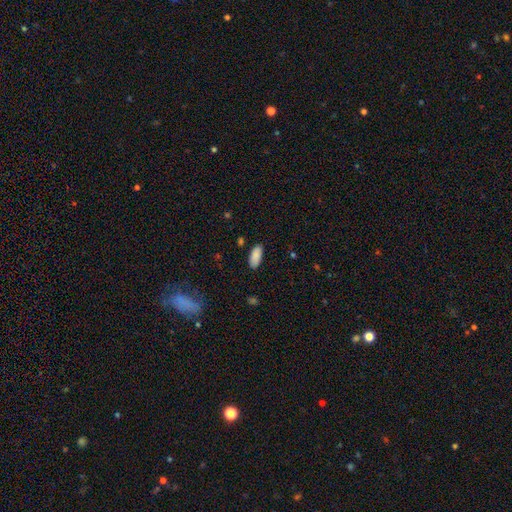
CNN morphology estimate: Smooth or featured: smooth — 89% (star or artifact — 7%)
How rounded: in between — 90% (cigar-shaped — 8%)
Merging: none — 84% (minor disturbance — 13%)